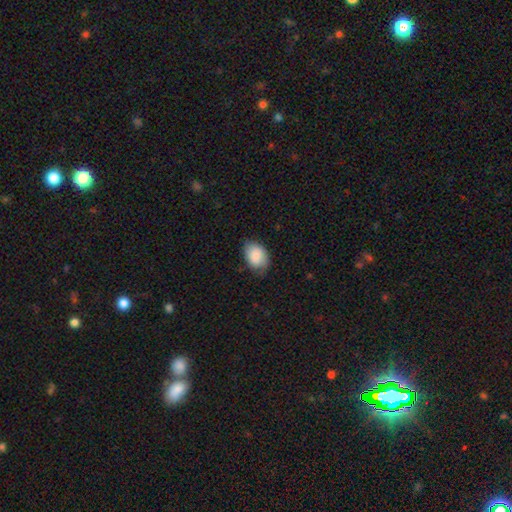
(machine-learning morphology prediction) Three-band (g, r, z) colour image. It shows a smooth galaxy with no disk features (85%) that is in between round and cigar-shaped (80%). Merging: none (66%).